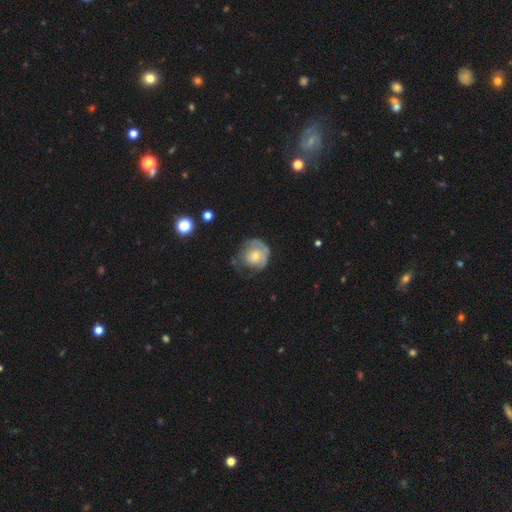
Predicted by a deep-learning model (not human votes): The model was most divided on "smooth or featured": featured or disk: 48%, smooth: 45%, star or artifact: 7%. Remaining: merging — none (48%).